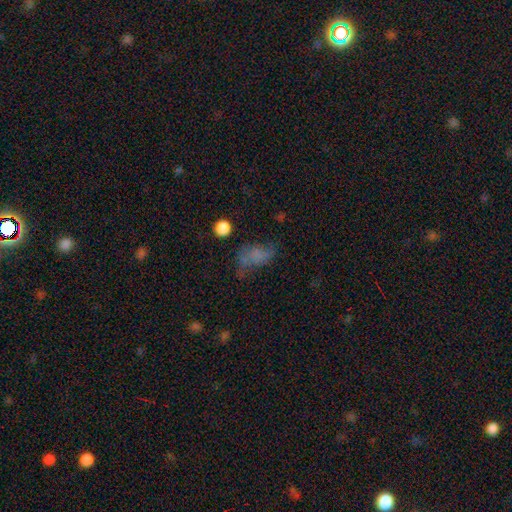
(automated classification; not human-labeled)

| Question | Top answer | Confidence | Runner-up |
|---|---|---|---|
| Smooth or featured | smooth | 54% | featured or disk (28%) |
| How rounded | in between | 80% | round (16%) |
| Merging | none | 37% | major disturbance (29%) |